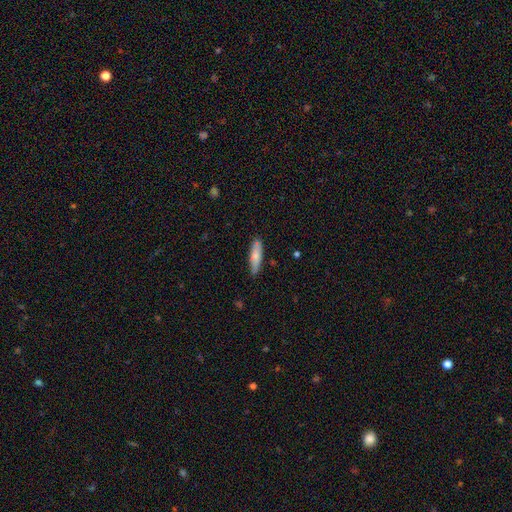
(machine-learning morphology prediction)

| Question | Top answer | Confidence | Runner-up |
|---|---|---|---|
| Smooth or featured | smooth | 74% | featured or disk (20%) |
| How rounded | cigar-shaped | 66% | in between (33%) |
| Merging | none | 78% | minor disturbance (17%) |